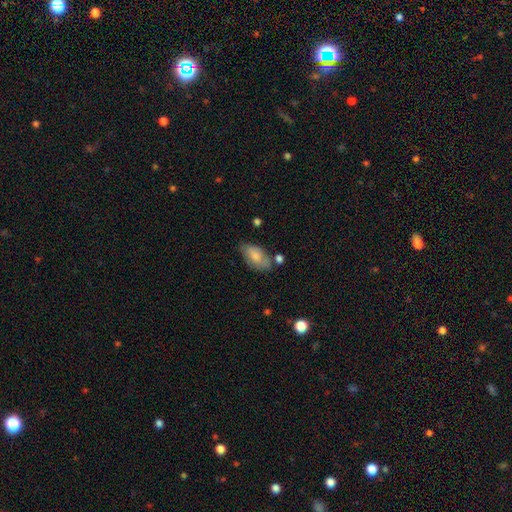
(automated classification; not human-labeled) Smooth or featured: smooth — 75% (featured or disk — 19%)
How rounded: in between — 93% (cigar-shaped — 4%)
Merging: none — 57% (minor disturbance — 27%)